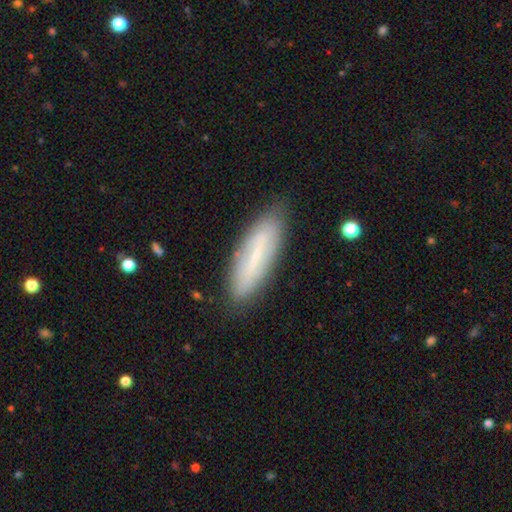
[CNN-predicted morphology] Overall: smooth (48%; featured or disk 45%). Merging: none (81%).